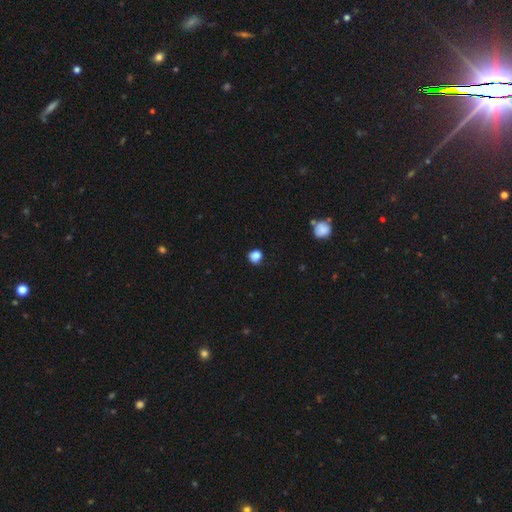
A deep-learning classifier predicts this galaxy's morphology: smooth_or_featured: smooth (p=0.85) [alt: star or artifact p=0.11]
how_rounded: round (p=0.85) [alt: in between p=0.14]
merging: none (p=0.84) [alt: minor disturbance p=0.12]